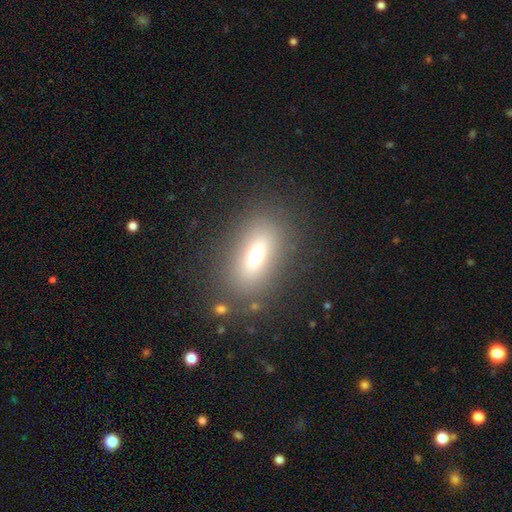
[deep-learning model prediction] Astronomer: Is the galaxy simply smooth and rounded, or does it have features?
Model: smooth — 62%.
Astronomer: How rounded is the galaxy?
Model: in between — 75%.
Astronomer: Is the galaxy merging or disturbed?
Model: none — 82%.